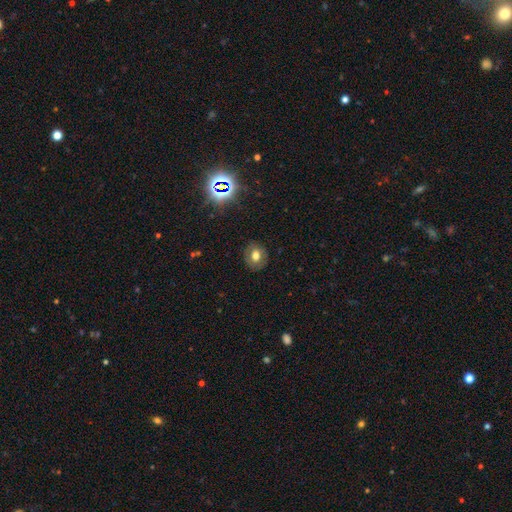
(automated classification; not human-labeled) Smooth or featured?
  - smooth: 64% *
  - featured or disk: 21%
  - star or artifact: 16%
How rounded?
  - round: 60% *
  - in between: 39%
  - cigar-shaped: 1%
Merging?
  - none: 85% *
  - minor disturbance: 10%
  - major disturbance: 3%
  - merger: 1%